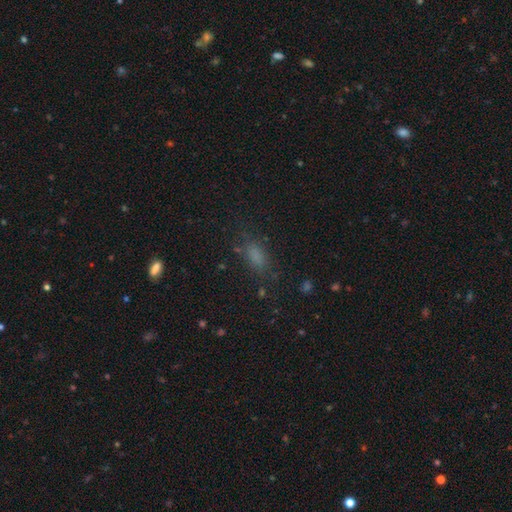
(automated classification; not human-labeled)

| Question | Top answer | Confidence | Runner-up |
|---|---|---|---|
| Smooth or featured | smooth | 73% | star or artifact (18%) |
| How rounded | in between | 77% | cigar-shaped (15%) |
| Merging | none | 72% | minor disturbance (16%) |